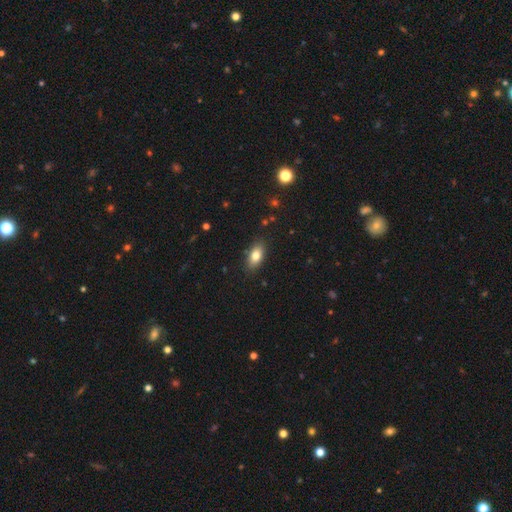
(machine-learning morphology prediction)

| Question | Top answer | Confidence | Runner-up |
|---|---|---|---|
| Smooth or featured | smooth | 81% | featured or disk (11%) |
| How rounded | in between | 89% | cigar-shaped (6%) |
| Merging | none | 86% | minor disturbance (11%) |